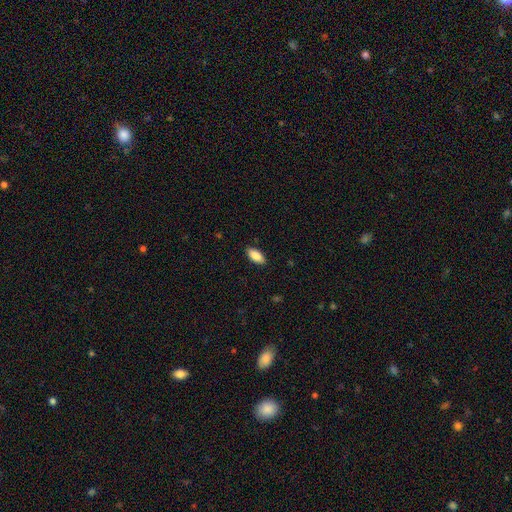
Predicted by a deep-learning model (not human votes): Smooth or featured? Predicted: smooth (p=0.88). How rounded? Predicted: in between (p=0.89). Merging? Predicted: none (p=0.88).